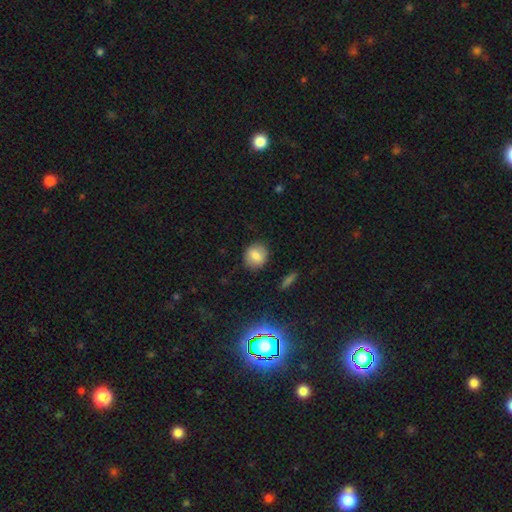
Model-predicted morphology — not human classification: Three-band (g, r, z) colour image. It shows a smooth galaxy with no disk features (78%) that is round (77%). Merging: none (87%).